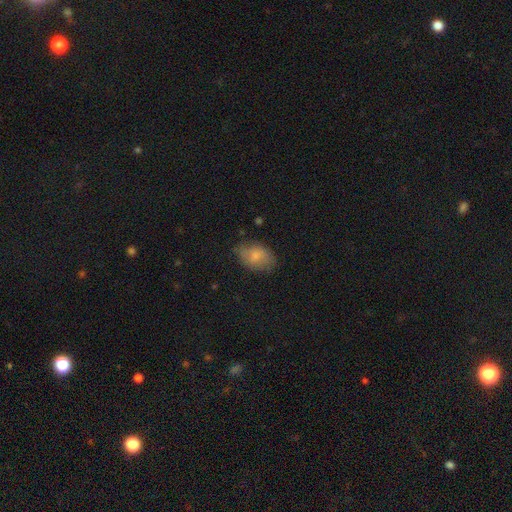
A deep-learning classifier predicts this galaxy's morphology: smooth 73%, featured or disk 19%, star or artifact 7%. Down the decision tree: how rounded — in between (81%); merging — none (68%).